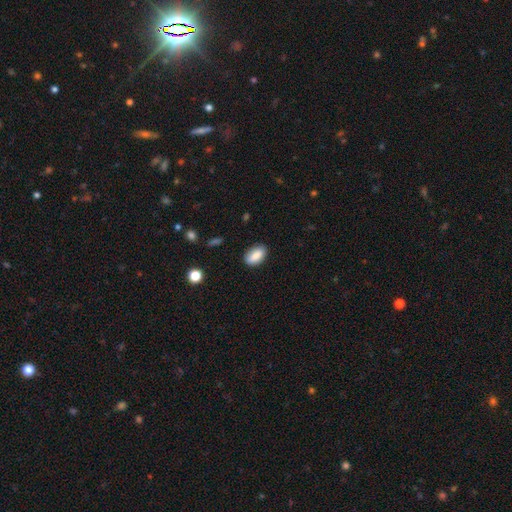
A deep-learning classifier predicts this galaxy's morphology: smooth-or-featured: smooth: 87% | star or artifact: 7% | featured or disk: 6%
  how-rounded: in between: 92% | round: 5% | cigar-shaped: 3%
  merging: none: 83% | minor disturbance: 13% | major disturbance: 3% | merger: 1%